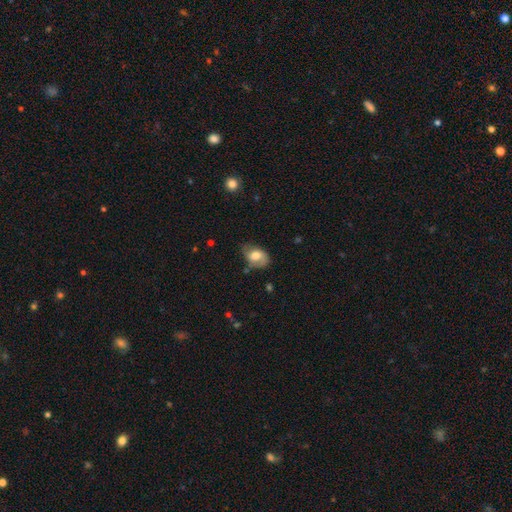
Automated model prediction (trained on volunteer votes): A smooth galaxy with no disk features (56%) that is in between round and cigar-shaped (83%).

Vote fractions:
- Smooth or featured? smooth: 56% / featured or disk: 36% / star or artifact: 8%
- How rounded? in between: 83% / round: 16% / cigar-shaped: 1%
- Merging? none: 57% / minor disturbance: 30% / major disturbance: 10% / merger: 3%